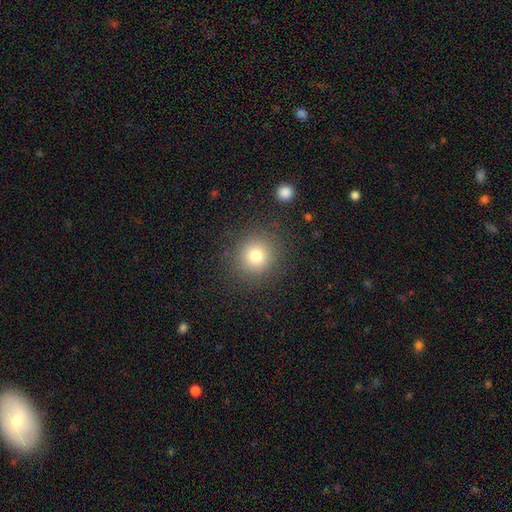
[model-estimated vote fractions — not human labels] Smooth or featured? Predicted: smooth (p=0.77). How rounded? Predicted: round (p=0.91). Merging? Predicted: none (p=0.87).